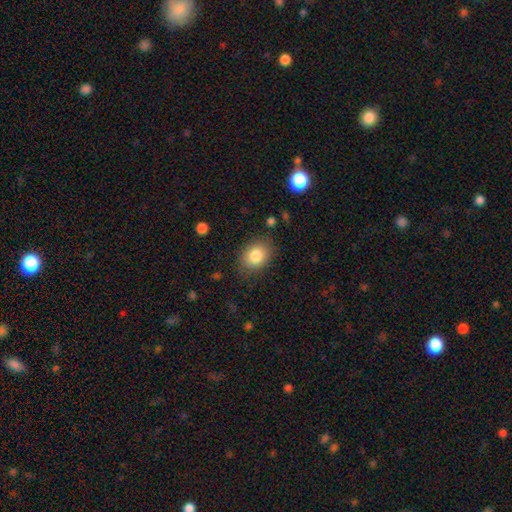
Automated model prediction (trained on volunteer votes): This is clearly a smooth galaxy (83%). How rounded: likely in between (68%). Merging: clearly none (82%).